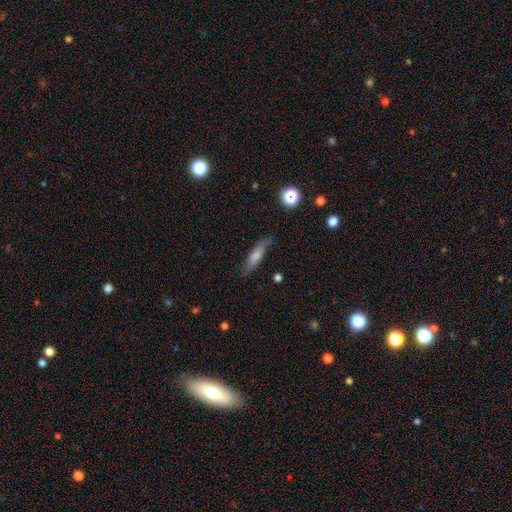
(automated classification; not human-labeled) smooth-or-featured: smooth: 55% | featured or disk: 35% | star or artifact: 10%
  how-rounded: cigar-shaped: 75% | in between: 22% | round: 3%
  merging: none: 79% | minor disturbance: 16% | major disturbance: 4% | merger: 2%